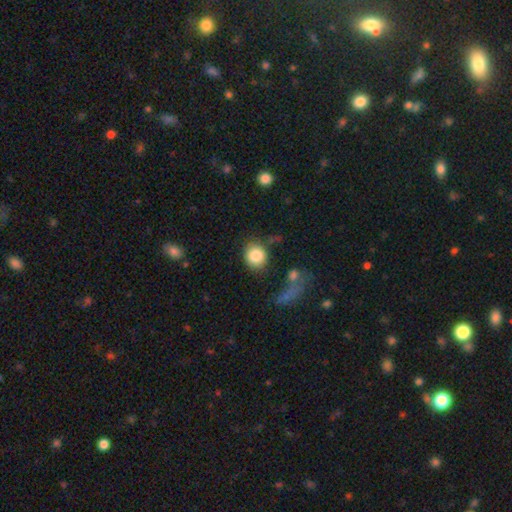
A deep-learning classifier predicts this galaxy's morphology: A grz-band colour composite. It shows a smooth galaxy with no disk features (83%) that is round (80%). Merging: none (71%).